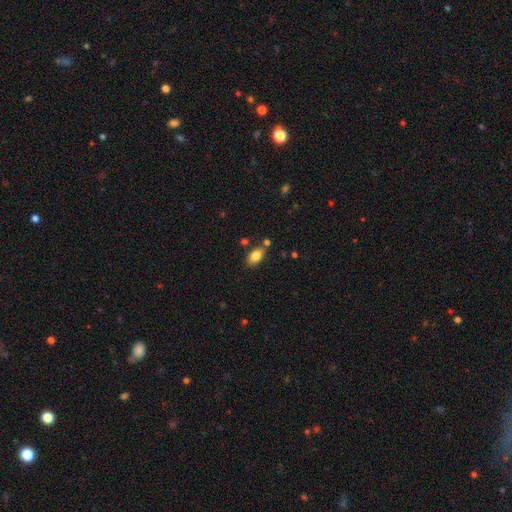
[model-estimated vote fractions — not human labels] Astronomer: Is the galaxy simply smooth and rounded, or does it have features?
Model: smooth — 83%.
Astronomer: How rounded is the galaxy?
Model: in between — 91%.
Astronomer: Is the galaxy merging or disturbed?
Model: none — 77%.